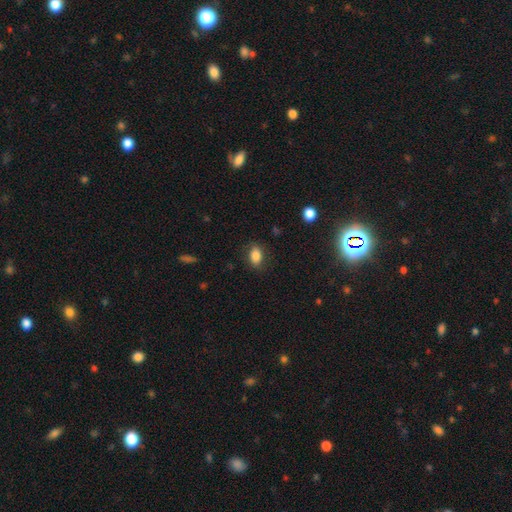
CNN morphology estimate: smooth_or_featured: smooth (p=0.84) [alt: star or artifact p=0.08]
how_rounded: in between (p=0.85) [alt: round p=0.13]
merging: none (p=0.80) [alt: minor disturbance p=0.14]